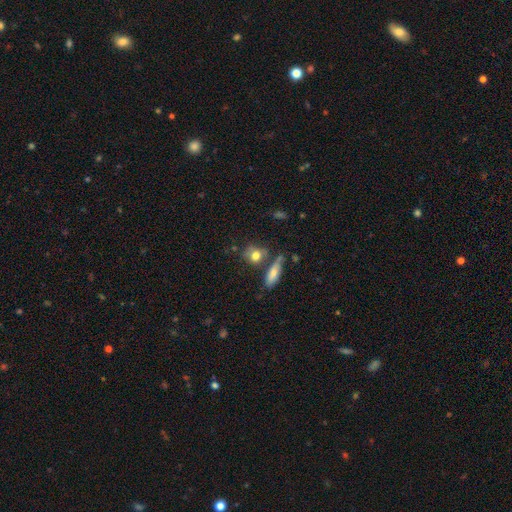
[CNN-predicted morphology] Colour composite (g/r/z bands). It shows a smooth galaxy with no disk features (75%) that is round (52%). Merging: none (58%).